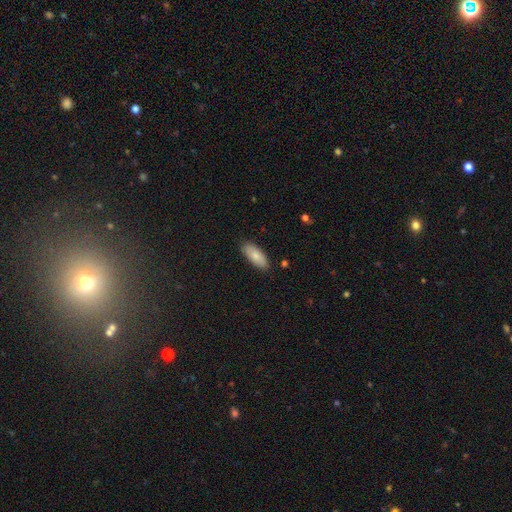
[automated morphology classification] Overall: smooth (83%). How rounded: in between (83%). Merging: none (86%).